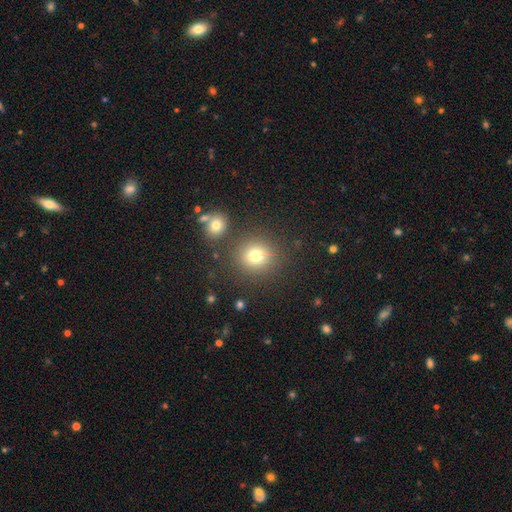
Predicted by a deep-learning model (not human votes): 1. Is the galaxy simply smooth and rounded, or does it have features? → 75% smooth, 15% star or artifact, 9% featured or disk.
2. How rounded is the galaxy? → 86% round, 13% in between, 1% cigar-shaped.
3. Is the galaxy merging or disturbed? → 81% none, 9% minor disturbance, 6% merger, 4% major disturbance.